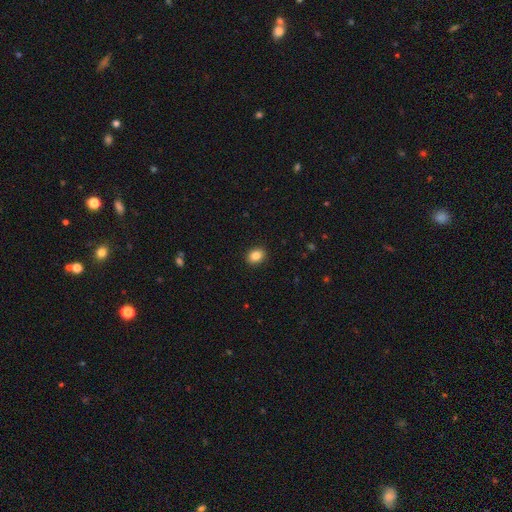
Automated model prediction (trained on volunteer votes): A smooth galaxy with no disk features (87%) that is in between round and cigar-shaped (55%). Merging: none (91%).